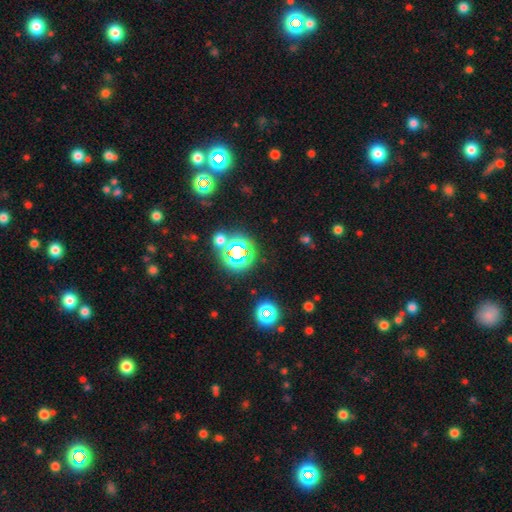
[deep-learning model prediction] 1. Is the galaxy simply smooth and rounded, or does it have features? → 67% star or artifact, 25% smooth, 7% featured or disk.